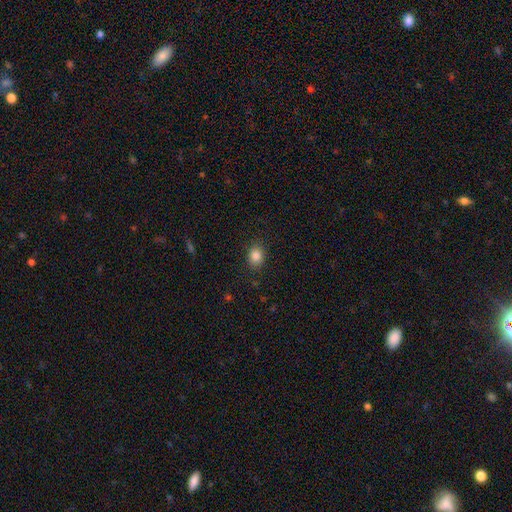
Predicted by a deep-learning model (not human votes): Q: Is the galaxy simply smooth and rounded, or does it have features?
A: smooth — 85%.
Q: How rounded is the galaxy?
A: in between — 58%.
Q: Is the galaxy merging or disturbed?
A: none — 85%.